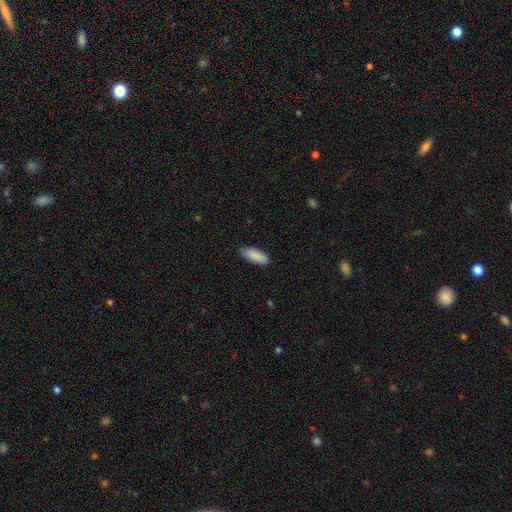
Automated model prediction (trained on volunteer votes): smooth 89%, star or artifact 6%, featured or disk 5%. Down the decision tree: how rounded — in between (78%); merging — none (83%).